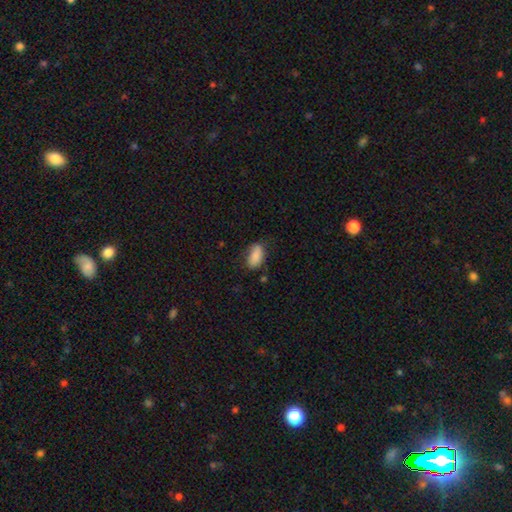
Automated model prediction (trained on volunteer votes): smooth_or_featured: smooth (p=0.86) [alt: featured or disk p=0.07]
how_rounded: in between (p=0.90) [alt: cigar-shaped p=0.07]
merging: none (p=0.68) [alt: minor disturbance p=0.23]